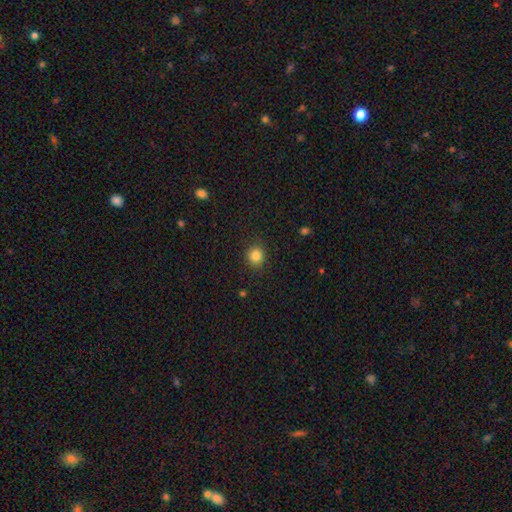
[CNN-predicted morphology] Smooth or featured? smooth (84%)
How rounded? round (85%)
Merging? none (89%)